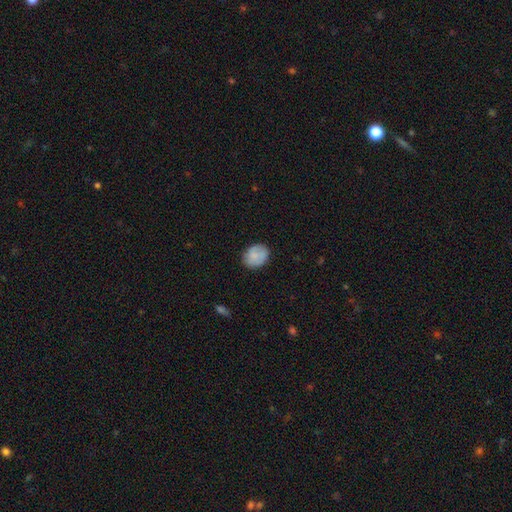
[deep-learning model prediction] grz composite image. It shows a smooth galaxy with no disk features (81%) that is in between round and cigar-shaped (54%). Merging: none (81%).